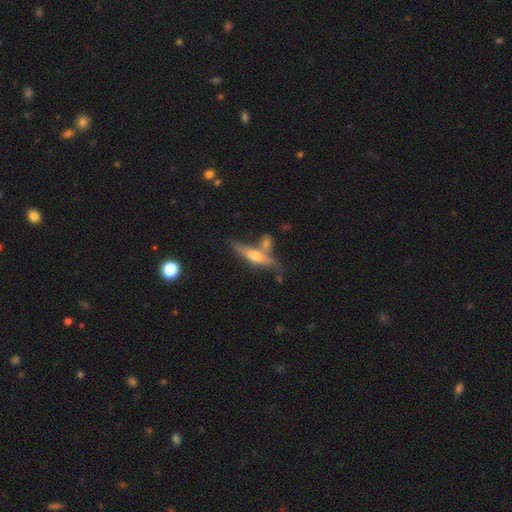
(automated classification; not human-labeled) This appears to be a featured or disk galaxy (57%) viewed edge-on (91%) with a rounded central bulge (87%). Merging: none (59%).